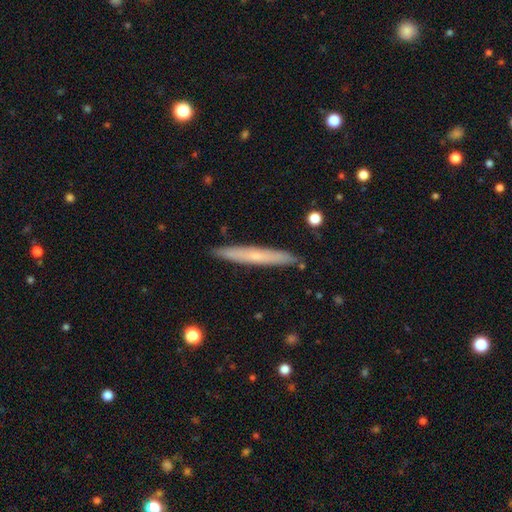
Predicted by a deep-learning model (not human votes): Smooth or featured?
  - smooth: 49% *
  - featured or disk: 45%
  - star or artifact: 6%
Merging?
  - none: 90% *
  - minor disturbance: 7%
  - major disturbance: 1%
  - merger: 1%